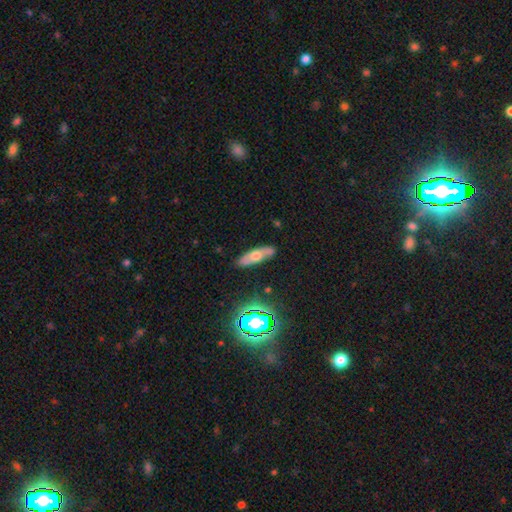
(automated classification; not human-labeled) Q: Smooth or featured?
A: featured or disk (45%); runner-up: smooth (44%)
Q: Merging?
A: none (81%); runner-up: minor disturbance (14%)